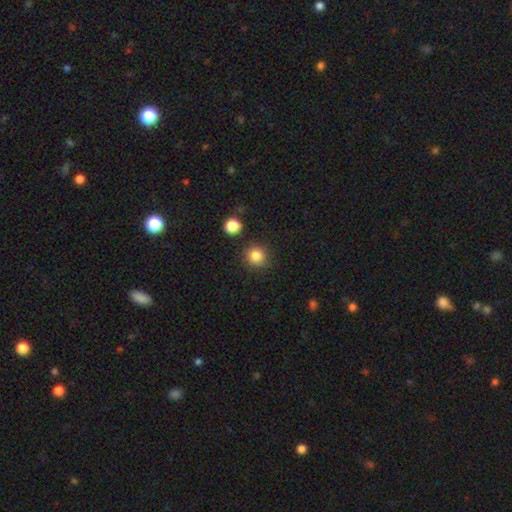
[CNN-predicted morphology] smooth-or-featured: smooth: 84% | star or artifact: 11% | featured or disk: 4%
  how-rounded: round: 92% | in between: 7% | cigar-shaped: 1%
  merging: none: 87% | minor disturbance: 7% | merger: 3% | major disturbance: 2%